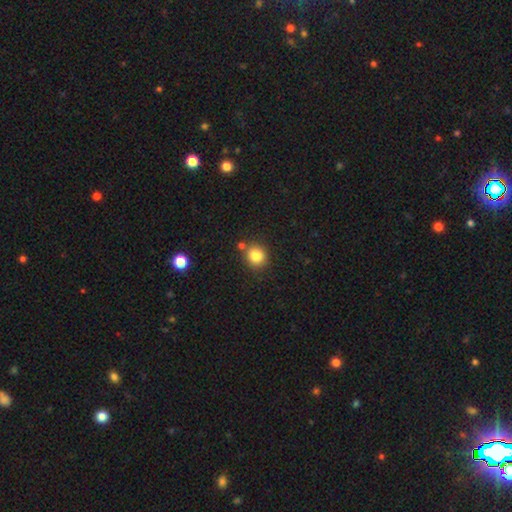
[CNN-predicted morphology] Q: Smooth or featured?
A: smooth (84%); runner-up: star or artifact (11%)
Q: How rounded?
A: round (81%); runner-up: in between (18%)
Q: Merging?
A: none (77%); runner-up: minor disturbance (11%)